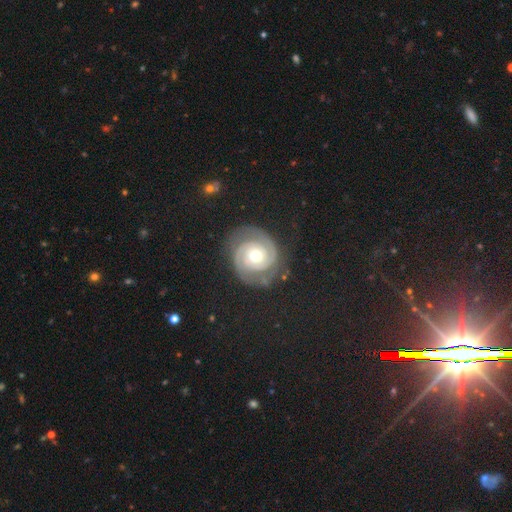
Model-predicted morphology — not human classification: Q: Smooth or featured?
A: featured or disk (88%); runner-up: smooth (6%)
Q: Edge-on disk?
A: no (98%); runner-up: yes (2%)
Q: Bar?
A: no (77%); runner-up: weak (16%)
Q: Spiral arms?
A: yes (97%); runner-up: no (3%)
Q: Spiral winding?
A: tight (76%); runner-up: medium (20%)
Q: Spiral arm count?
A: 2 (90%); runner-up: can't tell (3%)
Q: Bulge size?
A: moderate (74%); runner-up: small (18%)
Q: Merging?
A: none (82%); runner-up: minor disturbance (12%)